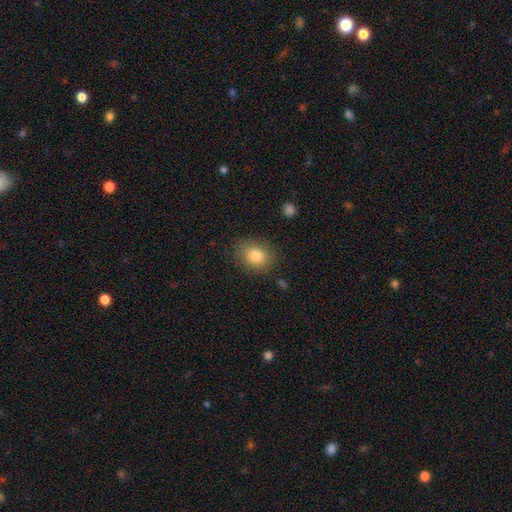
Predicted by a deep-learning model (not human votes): Smooth or featured? smooth (83%)
How rounded? in between (58%)
Merging? none (83%)